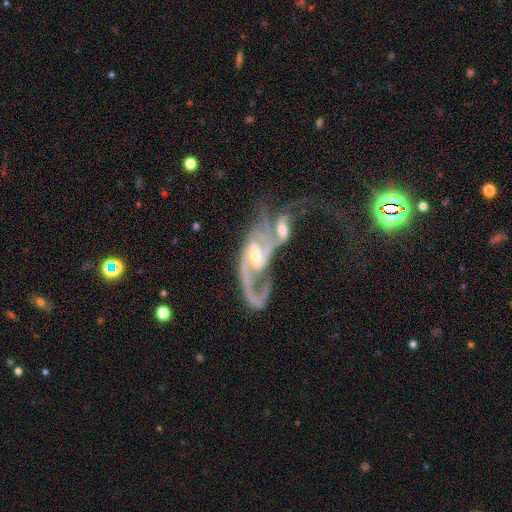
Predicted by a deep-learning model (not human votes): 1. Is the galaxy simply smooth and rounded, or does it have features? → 88% featured or disk, 7% smooth, 5% star or artifact.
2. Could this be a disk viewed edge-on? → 96% no, 4% yes.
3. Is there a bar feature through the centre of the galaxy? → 45% weak, 31% no, 24% strong.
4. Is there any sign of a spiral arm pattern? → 95% yes, 5% no.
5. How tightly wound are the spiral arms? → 47% loose, 37% medium, 15% tight.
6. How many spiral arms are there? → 66% 2, 16% 1, 9% can't tell, 5% 3, 2% 4, 2% more than 4.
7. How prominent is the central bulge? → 49% moderate, 44% small, 3% large, 3% none, 1% dominant.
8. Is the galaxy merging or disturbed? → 70% merger, 14% major disturbance, 10% none, 6% minor disturbance.